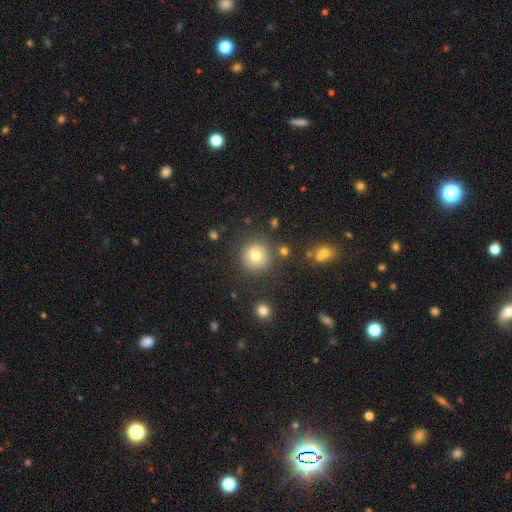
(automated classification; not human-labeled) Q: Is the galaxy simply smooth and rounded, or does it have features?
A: smooth — 77%.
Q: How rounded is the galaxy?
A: round — 94%.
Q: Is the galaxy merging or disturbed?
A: none — 83%.